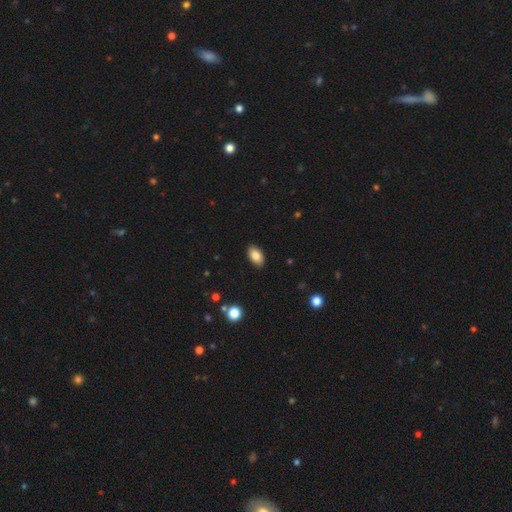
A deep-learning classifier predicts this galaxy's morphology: smooth-or-featured: smooth: 85% | star or artifact: 8% | featured or disk: 7%
  how-rounded: in between: 92% | round: 6% | cigar-shaped: 1%
  merging: none: 89% | minor disturbance: 8% | major disturbance: 2% | merger: 1%